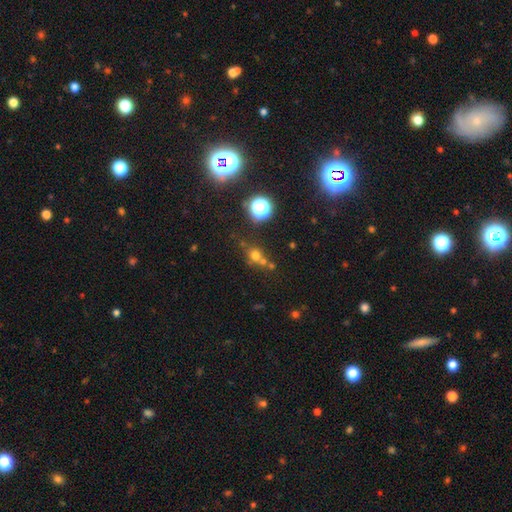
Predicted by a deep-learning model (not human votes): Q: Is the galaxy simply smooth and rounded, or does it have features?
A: smooth — 61%.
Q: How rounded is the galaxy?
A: round — 83%.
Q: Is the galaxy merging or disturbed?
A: none — 54%.